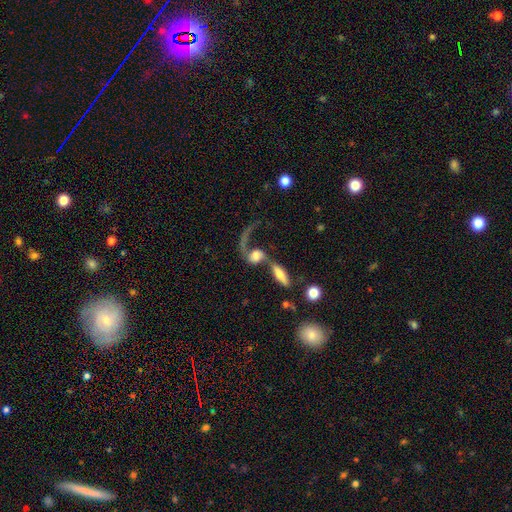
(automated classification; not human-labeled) Morphology: type=featured or disk (59%); edge-on=no (89%); bar=no (65%); spiral arms=yes (77%); bulge=moderate (32%, tied with large); merging=merger (58%).